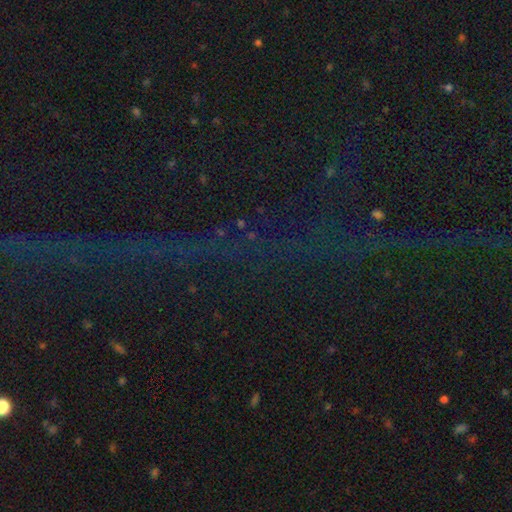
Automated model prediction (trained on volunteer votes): Smooth or featured: star or artifact — 73% (featured or disk — 14%)